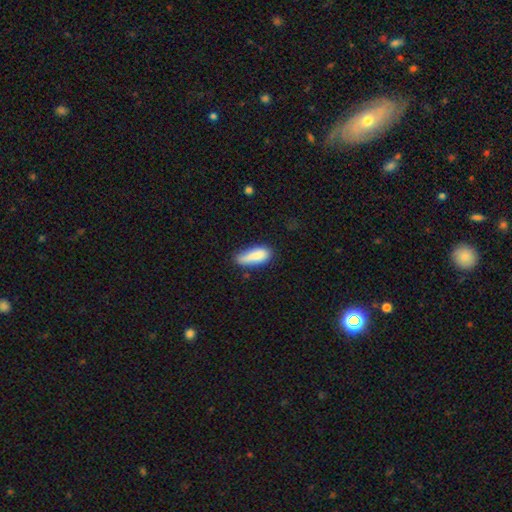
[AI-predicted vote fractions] Q: Smooth or featured?
A: smooth (84%); runner-up: featured or disk (9%)
Q: How rounded?
A: in between (64%); runner-up: cigar-shaped (34%)
Q: Merging?
A: none (59%); runner-up: minor disturbance (29%)